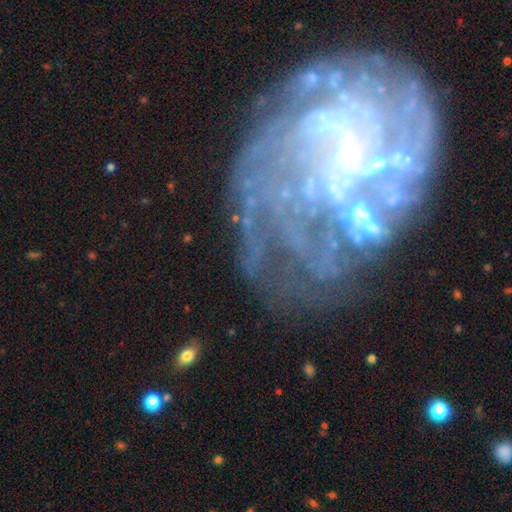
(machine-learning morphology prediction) A featured or disk galaxy (68%) with no bar (64%), no spiral arms (50%, tied with yes) and a small central bulge (37%). Merging: none (40%).